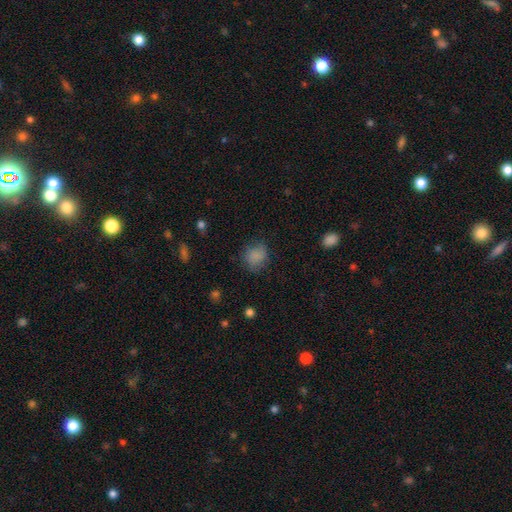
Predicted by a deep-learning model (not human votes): Morphology: type=smooth (82%); roundness=round (70%); merging=none (72%).